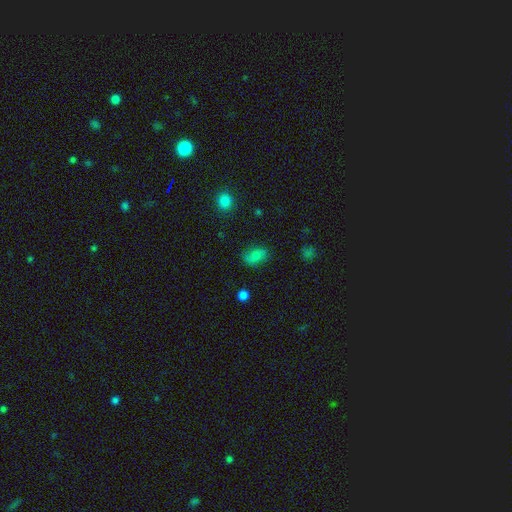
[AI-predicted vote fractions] smooth 73%, featured or disk 14%, star or artifact 13%. Down the decision tree: how rounded — in between (82%); merging — none (69%).